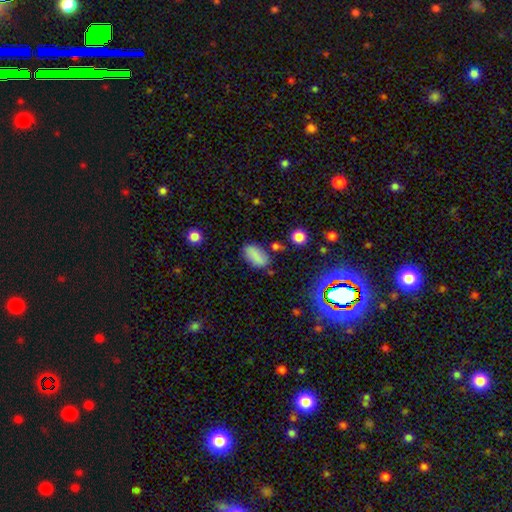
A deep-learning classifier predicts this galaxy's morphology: Smooth or featured? smooth (82%)
How rounded? in between (92%)
Merging? none (73%)